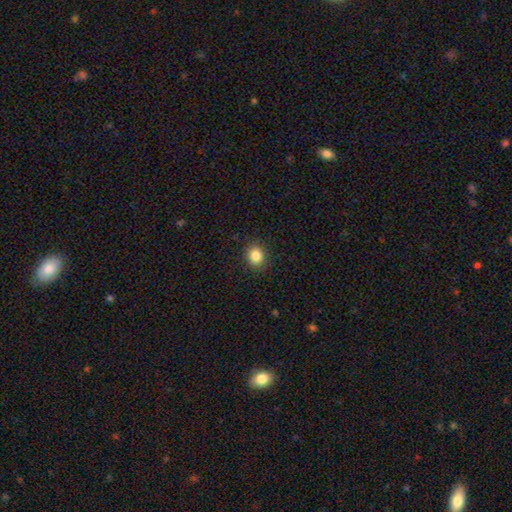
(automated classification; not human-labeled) Q: Smooth or featured?
A: smooth (84%); runner-up: star or artifact (11%)
Q: How rounded?
A: round (75%); runner-up: in between (25%)
Q: Merging?
A: none (89%); runner-up: minor disturbance (8%)